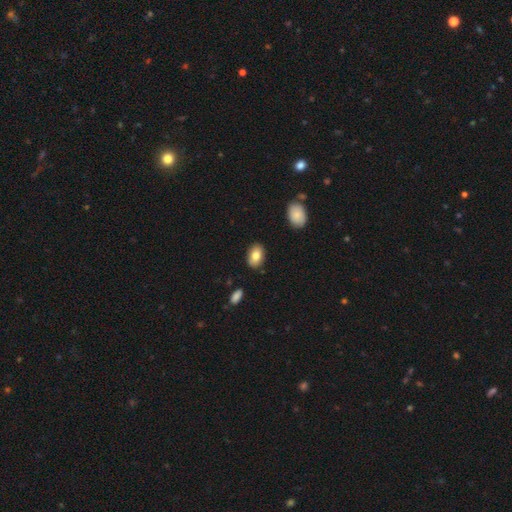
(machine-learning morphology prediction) type=smooth (81%); roundness=in between (87%); merging=none (87%).